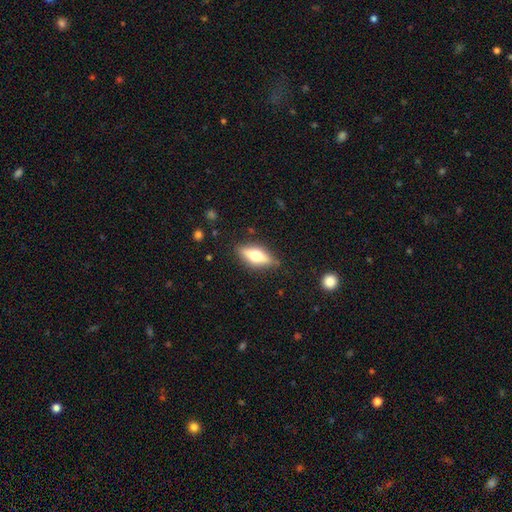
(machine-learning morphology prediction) The model was most divided on "smooth or featured": featured or disk: 49%, smooth: 44%, star or artifact: 7%. More confident: merging — none (85%).